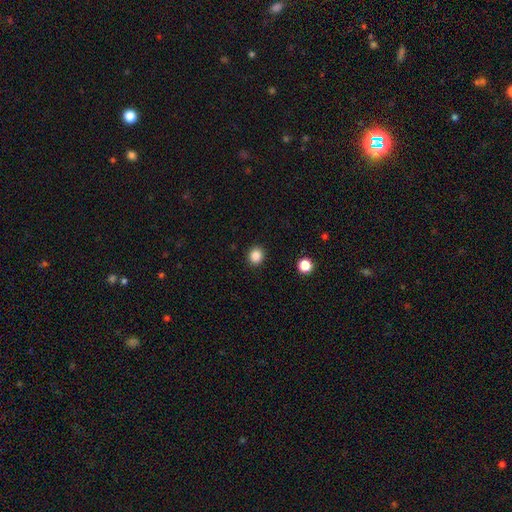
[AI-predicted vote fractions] This is clearly a smooth galaxy (86%). How rounded: likely round (78%). Merging: clearly none (91%).